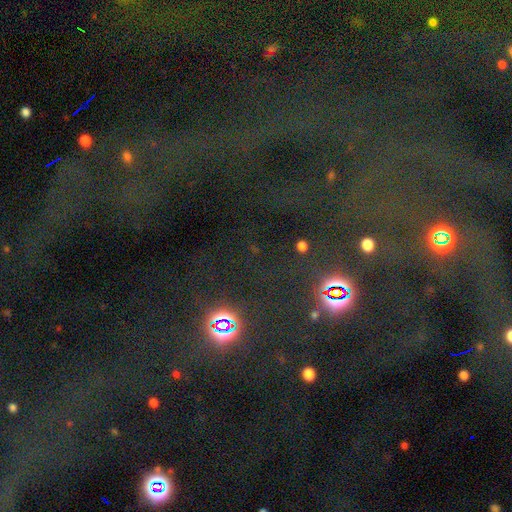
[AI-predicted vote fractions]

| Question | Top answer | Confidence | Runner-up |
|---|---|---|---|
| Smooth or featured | star or artifact | 71% | smooth (16%) |